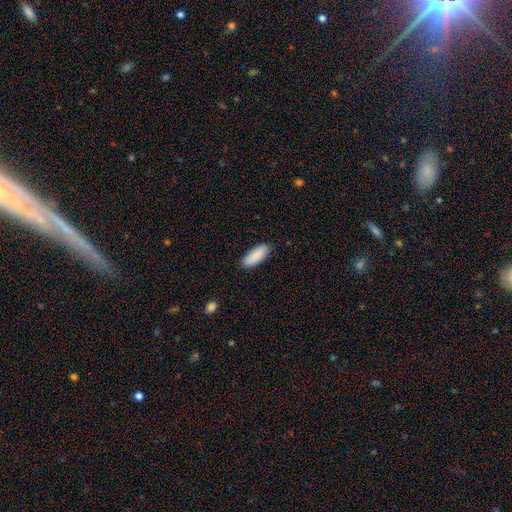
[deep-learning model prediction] Smooth or featured?
  - smooth: 89% *
  - star or artifact: 6%
  - featured or disk: 5%
How rounded?
  - in between: 78% *
  - cigar-shaped: 20%
  - round: 2%
Merging?
  - none: 85% *
  - minor disturbance: 11%
  - major disturbance: 2%
  - merger: 1%